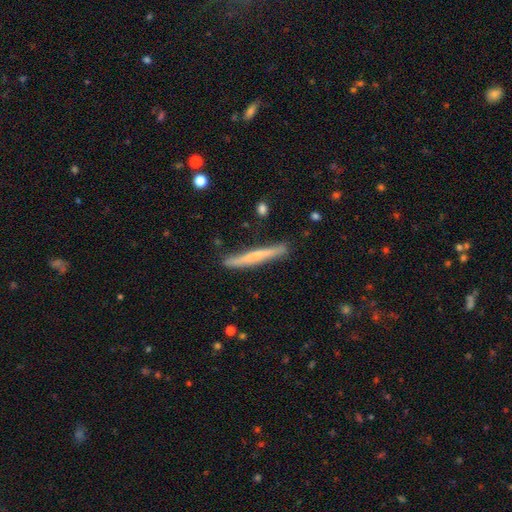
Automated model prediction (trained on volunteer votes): Smooth or featured? Predicted: smooth (p=0.51). How rounded? Predicted: cigar-shaped (p=0.96). Merging? Predicted: none (p=0.84).